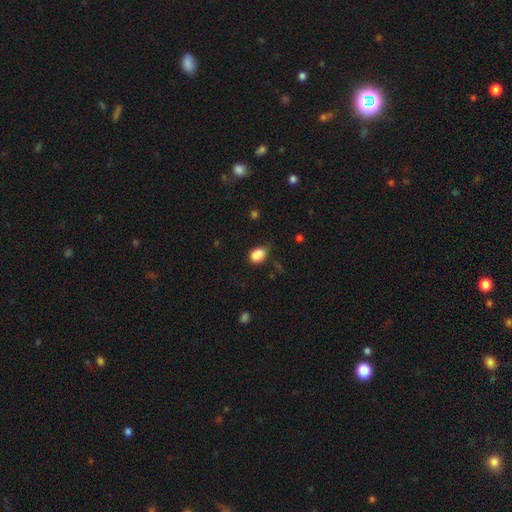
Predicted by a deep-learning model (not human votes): smooth_or_featured: smooth (p=0.86) [alt: star or artifact p=0.09]
how_rounded: in between (p=0.71) [alt: round p=0.28]
merging: none (p=0.58) [alt: minor disturbance p=0.30]